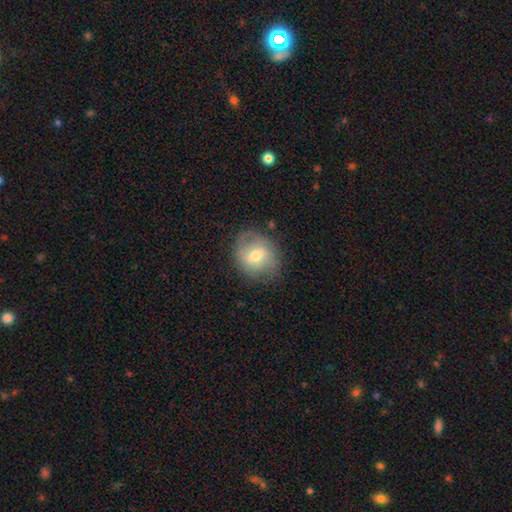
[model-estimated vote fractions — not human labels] Smooth or featured: smooth — 52% (featured or disk — 40%)
How rounded: round — 65% (in between — 34%)
Merging: none — 72% (minor disturbance — 20%)